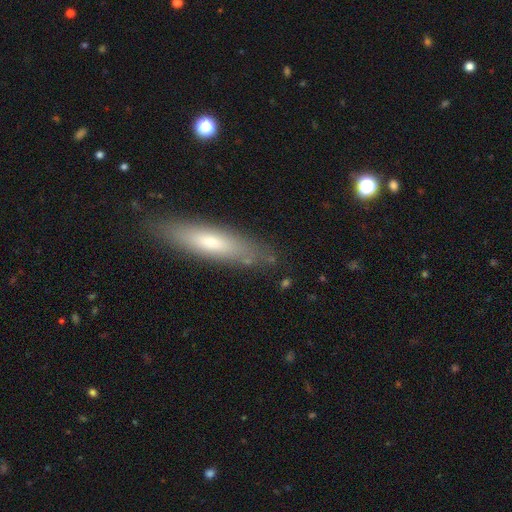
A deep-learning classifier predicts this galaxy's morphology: smooth 53%, featured or disk 39%, star or artifact 8%. Down the decision tree: how rounded — cigar-shaped (75%); merging — none (84%).